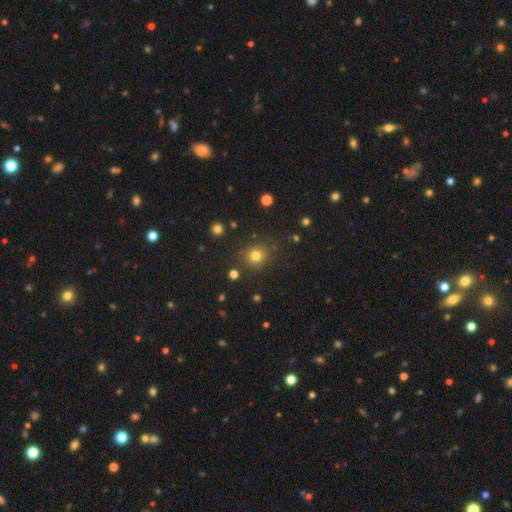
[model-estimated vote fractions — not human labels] Smooth or featured: smooth — 77% (star or artifact — 17%)
How rounded: round — 85% (in between — 15%)
Merging: none — 86% (minor disturbance — 8%)